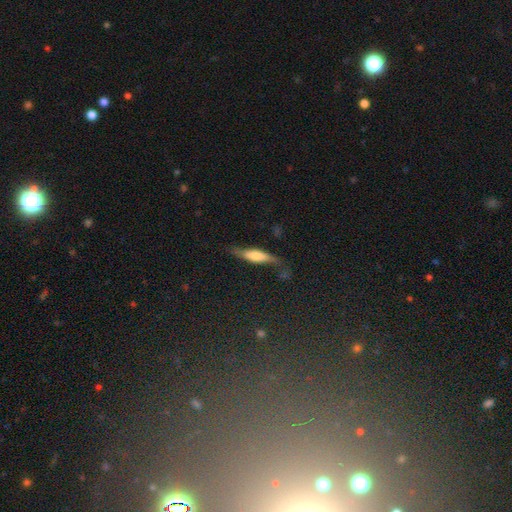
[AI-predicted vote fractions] Q: Smooth or featured?
A: smooth (49%); runner-up: featured or disk (44%)
Q: Merging?
A: none (60%); runner-up: minor disturbance (26%)